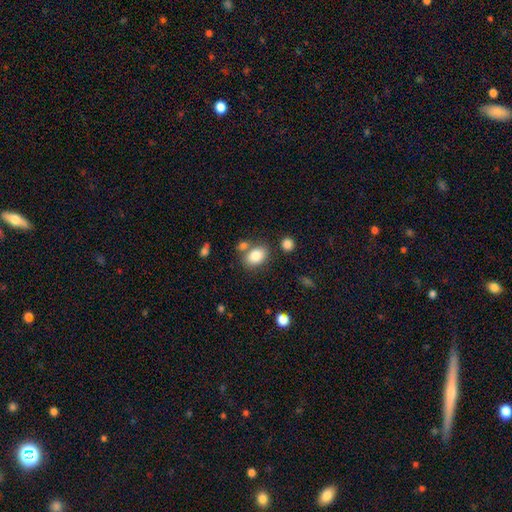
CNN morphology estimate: Q: Smooth or featured?
A: smooth (83%); runner-up: featured or disk (9%)
Q: How rounded?
A: in between (74%); runner-up: round (25%)
Q: Merging?
A: none (66%); runner-up: merger (16%)